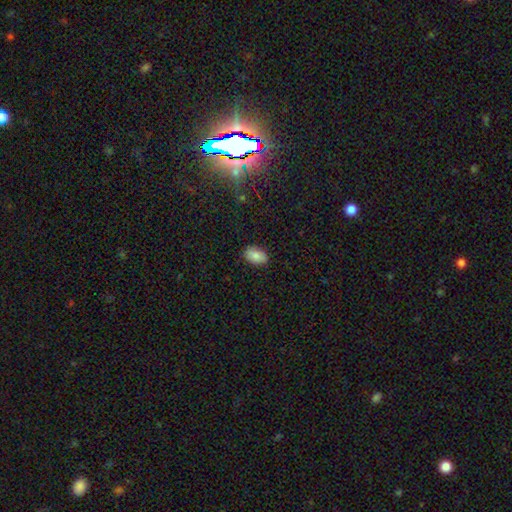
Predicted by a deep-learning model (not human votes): Q: Smooth or featured?
A: smooth (84%); runner-up: star or artifact (8%)
Q: How rounded?
A: in between (91%); runner-up: round (7%)
Q: Merging?
A: none (85%); runner-up: minor disturbance (12%)